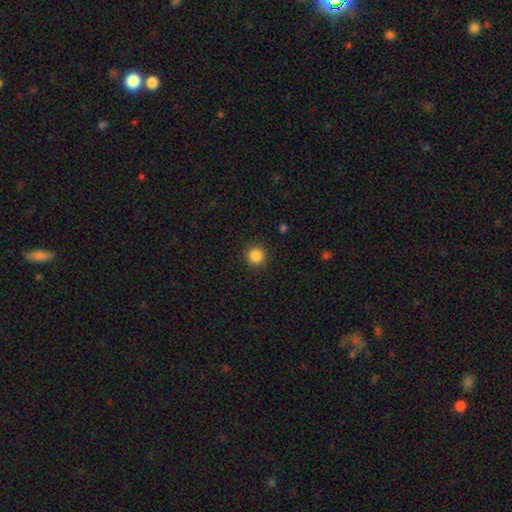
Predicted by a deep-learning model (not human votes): The model was most divided on "smooth or featured": smooth: 86%, star or artifact: 10%, featured or disk: 3%. More confident: how rounded — round (94%); merging — none (92%).